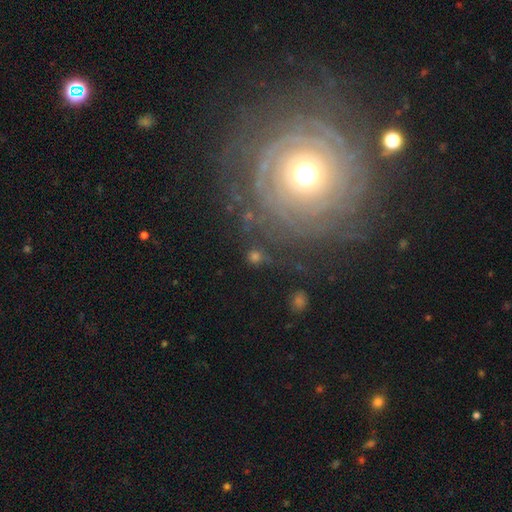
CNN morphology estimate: Smooth or featured? featured or disk (62%)
Edge-on disk? no (94%)
Bar? no (71%)
Spiral arms? yes (78%)
Bulge size? moderate (58%)
Merging? none (74%)